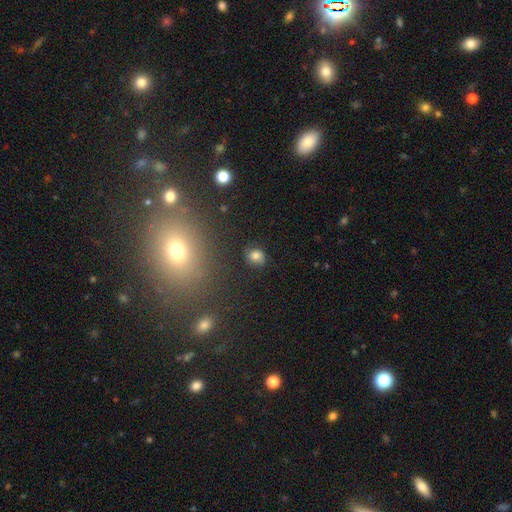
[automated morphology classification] type=smooth (74%); roundness=round (64%); merging=none (76%).